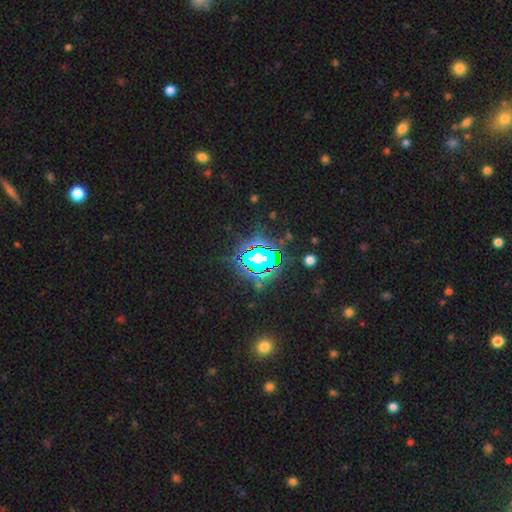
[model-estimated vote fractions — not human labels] This appears to be a star or artifact, not a galaxy (66%).